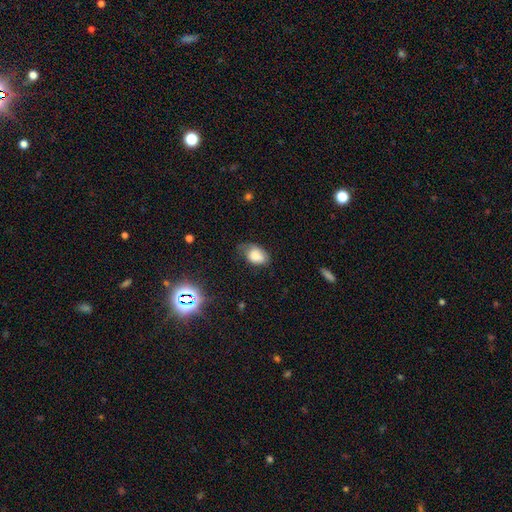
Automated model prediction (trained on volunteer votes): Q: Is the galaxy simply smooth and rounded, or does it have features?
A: smooth — 78%.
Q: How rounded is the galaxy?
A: in between — 86%.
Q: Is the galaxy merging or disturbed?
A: none — 49%.